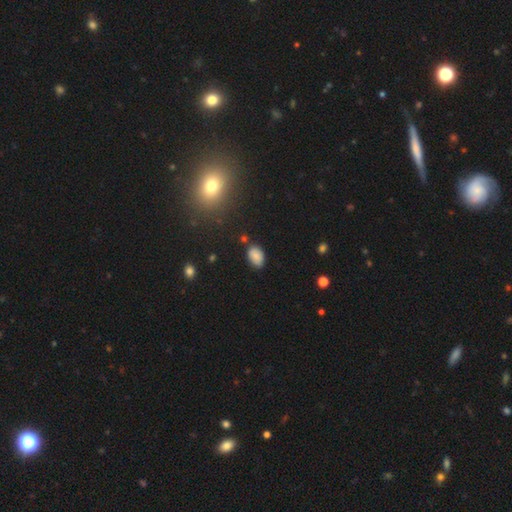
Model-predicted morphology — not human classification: smooth_or_featured: smooth (p=0.80) [alt: star or artifact p=0.11]
how_rounded: in between (p=0.88) [alt: round p=0.11]
merging: none (p=0.78) [alt: minor disturbance p=0.16]